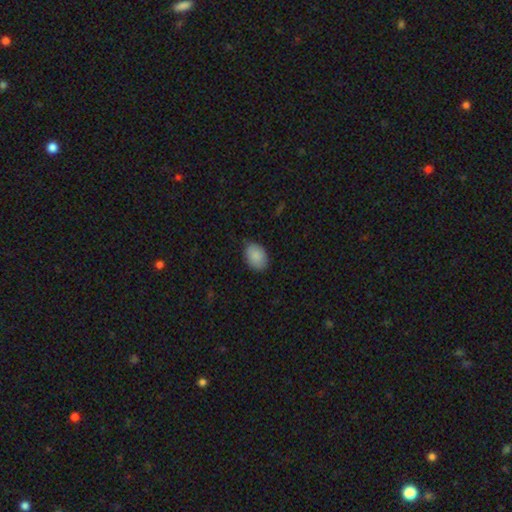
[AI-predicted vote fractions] Smooth or featured: smooth — 88% (star or artifact — 7%)
How rounded: in between — 79% (round — 20%)
Merging: none — 79% (minor disturbance — 18%)